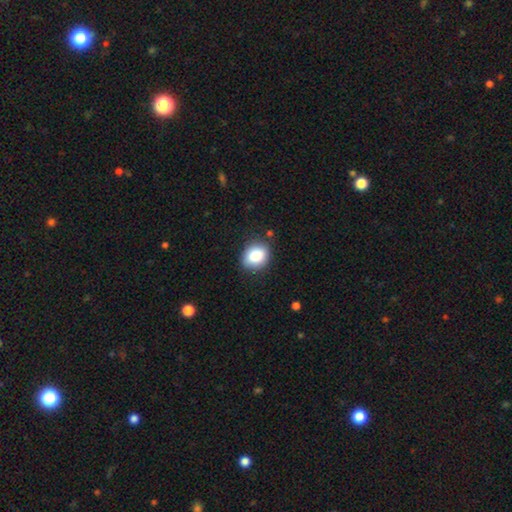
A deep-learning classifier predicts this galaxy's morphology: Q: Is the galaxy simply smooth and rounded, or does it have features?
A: smooth — 85%.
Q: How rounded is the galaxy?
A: in between — 53%.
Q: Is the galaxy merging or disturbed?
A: none — 84%.